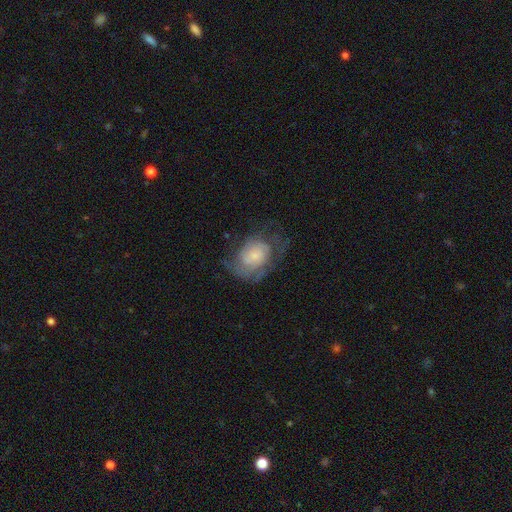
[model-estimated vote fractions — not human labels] Smooth or featured?
  - featured or disk: 64% *
  - smooth: 28%
  - star or artifact: 8%
Edge-on disk?
  - no: 97% *
  - yes: 3%
Bar?
  - no: 77% *
  - weak: 20%
  - strong: 3%
Spiral arms?
  - yes: 79% *
  - no: 21%
Bulge size?
  - small: 59% *
  - moderate: 22%
  - none: 10%
  - large: 7%
  - dominant: 2%
Merging?
  - none: 51% *
  - major disturbance: 25%
  - minor disturbance: 23%
  - merger: 2%